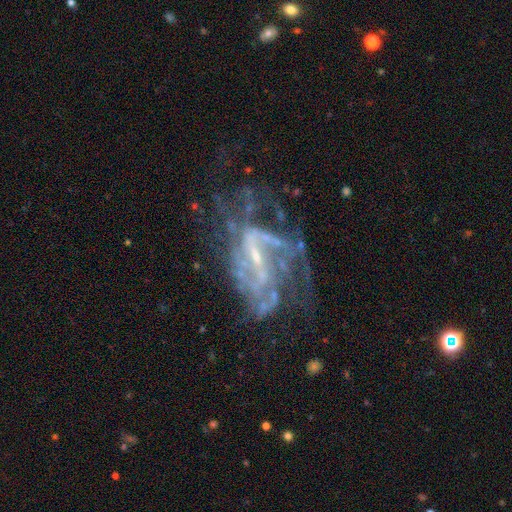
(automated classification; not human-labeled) A featured or disk galaxy (84%) with a weak bar (45%), medium (40%) spiral arms (80%) and a small central bulge (67%).

Vote fractions:
- Smooth or featured? featured or disk: 84% / star or artifact: 10% / smooth: 6%
- Edge-on disk? no: 96% / yes: 4%
- Bar? weak: 45% / strong: 33% / no: 23%
- Spiral arms? yes: 80% / no: 20%
- Spiral winding? medium: 40% / loose: 33% / tight: 27%
- Spiral arm count? can't tell: 39% / 2: 28% / 3: 13% / 4: 8% / 1: 7% / more than 4: 6%
- Bulge size? small: 67% / moderate: 16% / none: 15% / large: 1% / dominant: 1%
- Merging? major disturbance: 38% / none: 37% / minor disturbance: 18% / merger: 6%